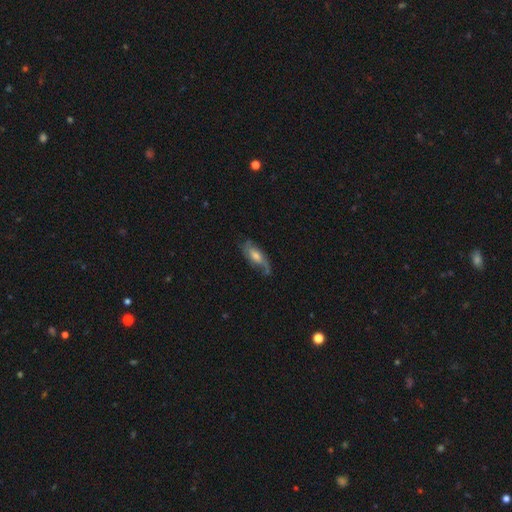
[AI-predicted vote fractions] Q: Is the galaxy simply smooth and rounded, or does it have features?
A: featured or disk — 54%.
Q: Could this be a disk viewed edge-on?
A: no — 74%.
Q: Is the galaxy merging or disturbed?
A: none — 59%.